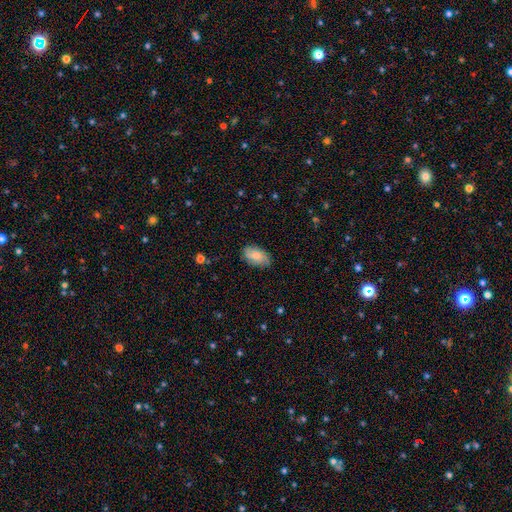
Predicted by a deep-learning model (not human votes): Overall: smooth (75%). How rounded: in between (92%). Merging: none (78%).